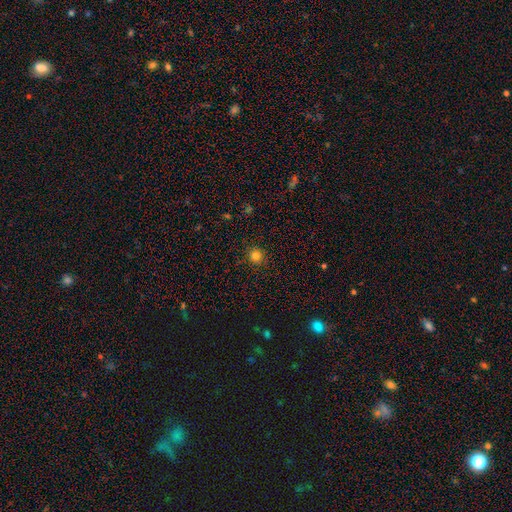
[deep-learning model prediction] This appears to be a smooth galaxy with no disk features (81%) that is round (93%). Merging: none (91%).